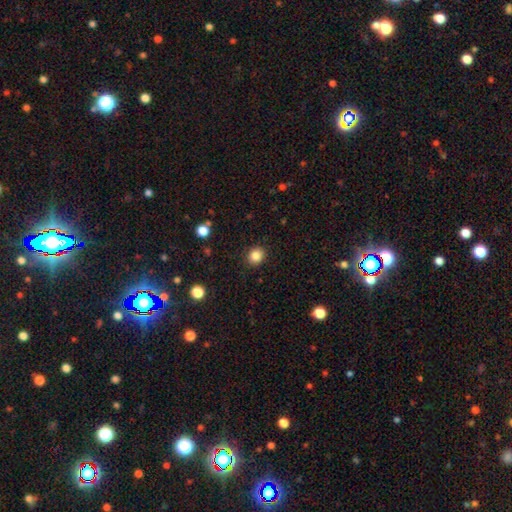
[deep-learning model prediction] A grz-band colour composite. It shows a smooth galaxy with no disk features (85%) that is round (74%). Merging: none (90%).